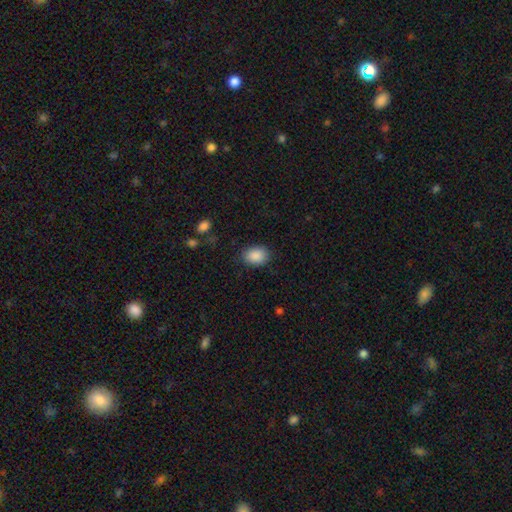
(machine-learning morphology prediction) Smooth or featured? smooth (89%)
How rounded? in between (74%)
Merging? none (84%)